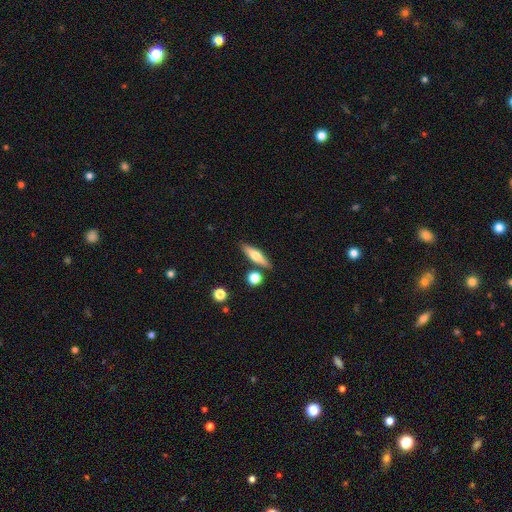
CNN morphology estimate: Smooth or featured: smooth — 56% (featured or disk — 38%)
How rounded: cigar-shaped — 69% (in between — 27%)
Merging: none — 80% (minor disturbance — 10%)